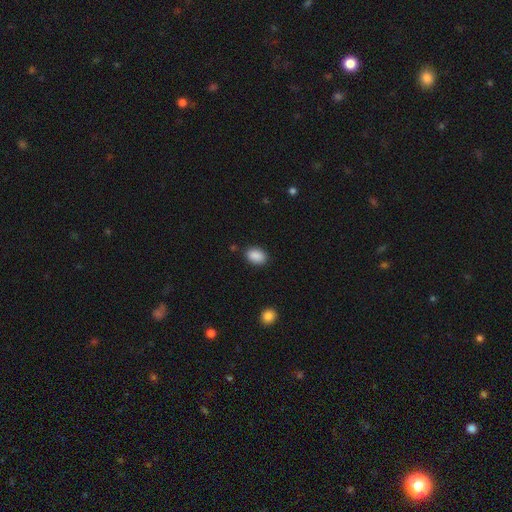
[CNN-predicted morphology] A smooth galaxy with no disk features (89%) that is in between round and cigar-shaped (82%). Merging: none (86%).